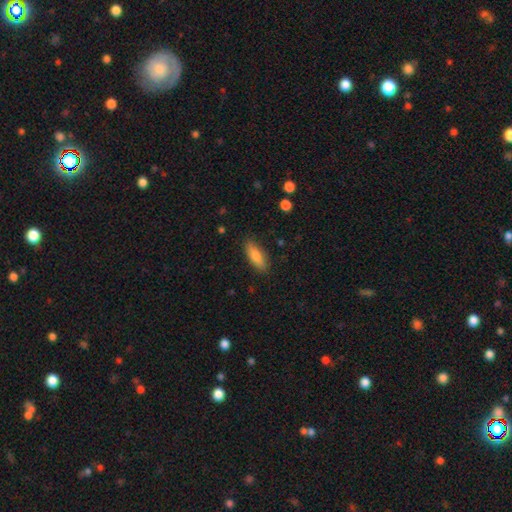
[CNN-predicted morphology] This is likely a smooth galaxy (80%). How rounded: likely in between (67%). Merging: clearly none (86%).